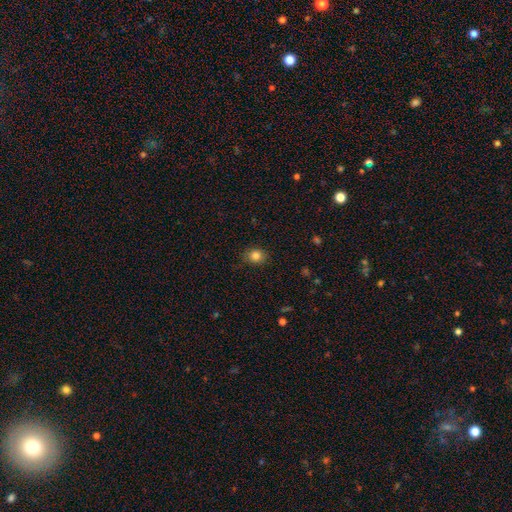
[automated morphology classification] Smooth or featured? Predicted: smooth (p=0.83). How rounded? Predicted: round (p=0.67). Merging? Predicted: none (p=0.84).